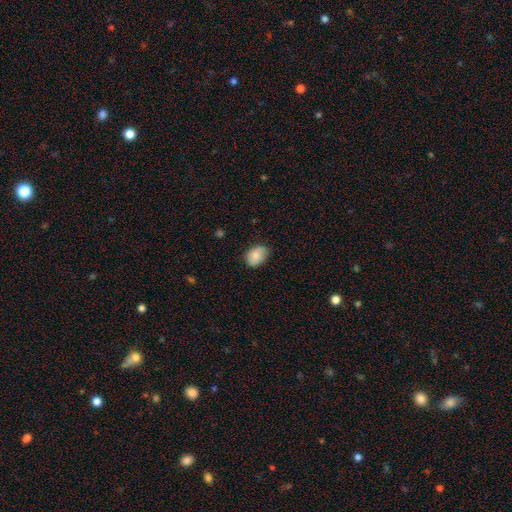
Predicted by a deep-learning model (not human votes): Overall: smooth (85%). How rounded: in between (76%). Merging: none (75%).